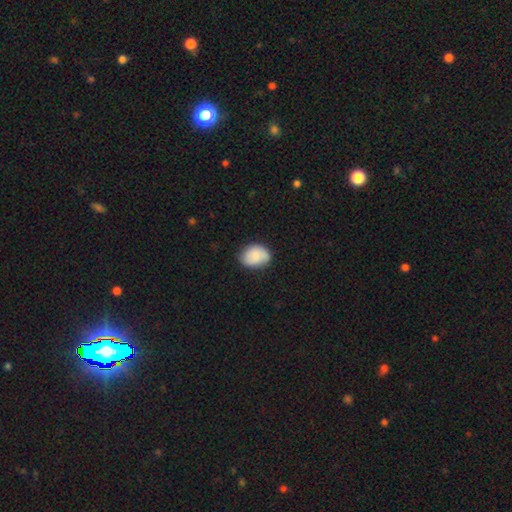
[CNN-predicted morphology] Smooth or featured? Predicted: smooth (p=0.78). How rounded? Predicted: in between (p=0.64). Merging? Predicted: none (p=0.73).